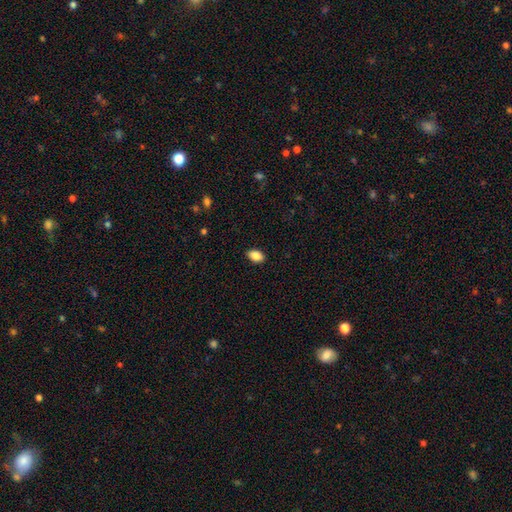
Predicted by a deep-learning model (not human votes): Overall: smooth (87%). How rounded: in between (89%). Merging: none (89%).